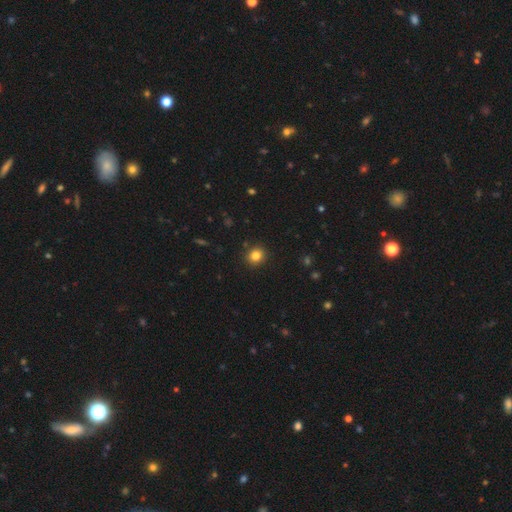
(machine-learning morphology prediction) type=smooth (82%); roundness=round (82%); merging=none (90%).